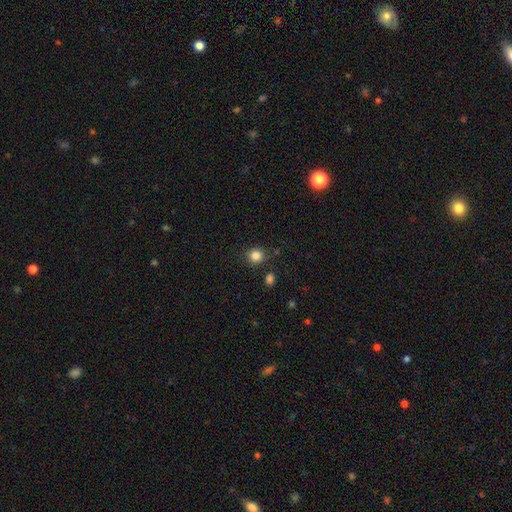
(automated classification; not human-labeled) A smooth galaxy with no disk features (84%) that is round (86%). Merging: none (85%).